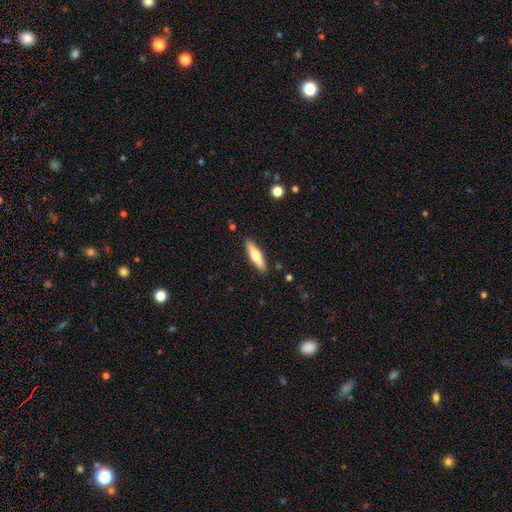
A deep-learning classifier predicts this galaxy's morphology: Smooth or featured? Predicted: smooth (p=0.53). How rounded? Predicted: cigar-shaped (p=0.73). Merging? Predicted: none (p=0.89).